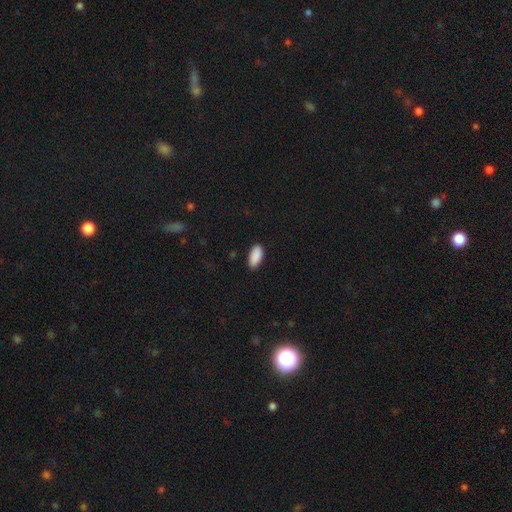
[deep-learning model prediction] This is clearly a smooth galaxy (91%). How rounded: clearly in between (92%). Merging: clearly none (87%).